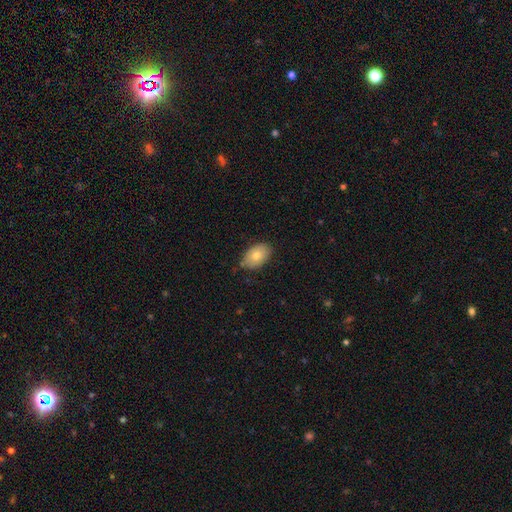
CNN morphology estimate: This is likely a smooth galaxy (77%). How rounded: clearly in between (88%). Merging: clearly none (80%).